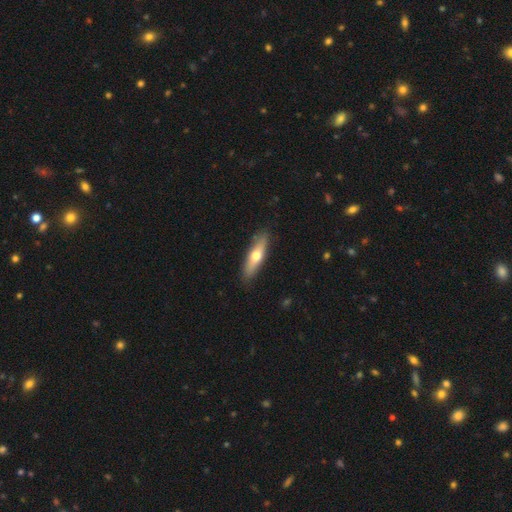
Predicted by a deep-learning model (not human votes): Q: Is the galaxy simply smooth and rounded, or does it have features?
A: smooth — 55%.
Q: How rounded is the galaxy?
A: cigar-shaped — 64%.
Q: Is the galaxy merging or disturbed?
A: none — 88%.